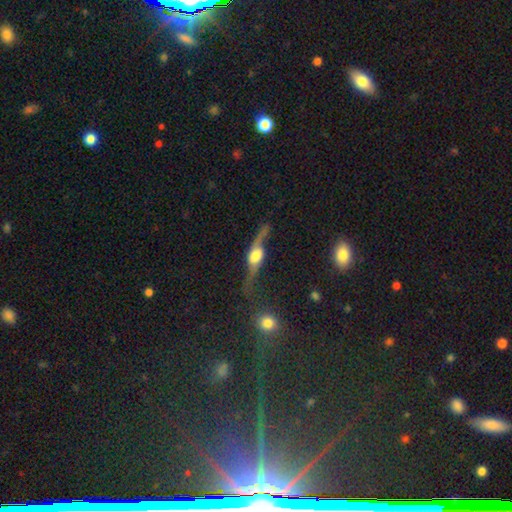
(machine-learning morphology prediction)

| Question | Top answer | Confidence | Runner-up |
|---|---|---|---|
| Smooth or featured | featured or disk | 77% | smooth (16%) |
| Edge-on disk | yes | 68% | no (32%) |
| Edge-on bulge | rounded | 84% | boxy (13%) |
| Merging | none | 51% | major disturbance (21%) |